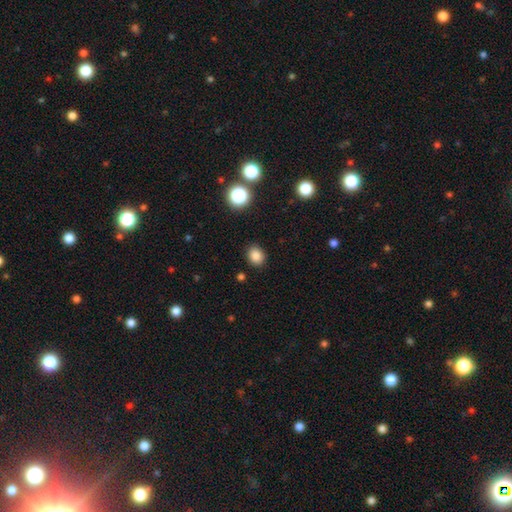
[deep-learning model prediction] Overall: smooth (84%). How rounded: round (57%; in between 42%). Merging: none (88%).